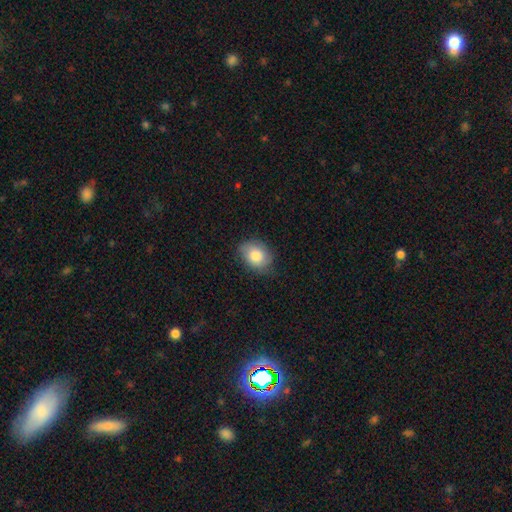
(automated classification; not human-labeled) Smooth or featured: smooth — 83% (featured or disk — 10%)
How rounded: in between — 68% (round — 31%)
Merging: none — 74% (minor disturbance — 21%)